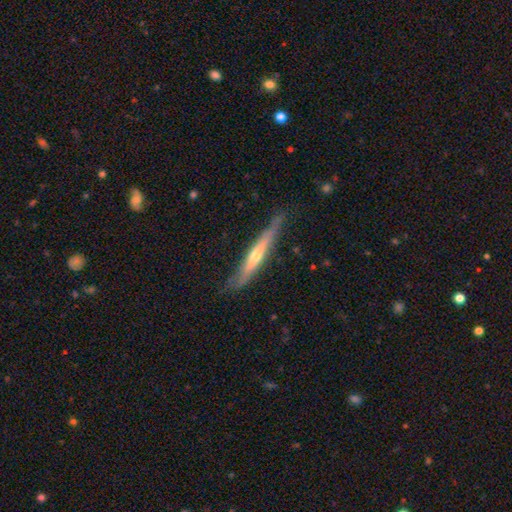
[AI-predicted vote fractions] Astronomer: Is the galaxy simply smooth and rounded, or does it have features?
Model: featured or disk — 65%.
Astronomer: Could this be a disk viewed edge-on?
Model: yes — 93%.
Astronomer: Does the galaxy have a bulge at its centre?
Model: rounded — 72%.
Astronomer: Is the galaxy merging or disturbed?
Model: none — 76%.